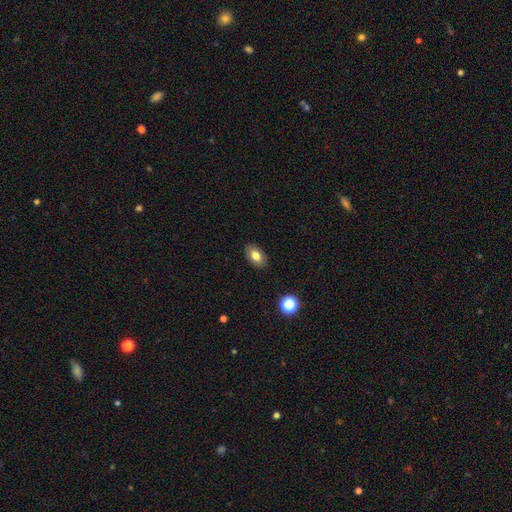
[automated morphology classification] type=smooth (78%); roundness=in between (89%); merging=none (87%).